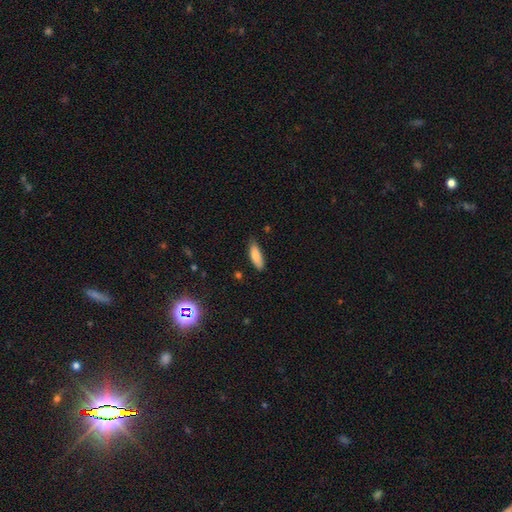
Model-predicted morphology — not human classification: Smooth or featured?
  - smooth: 84% *
  - featured or disk: 9%
  - star or artifact: 7%
How rounded?
  - in between: 55% *
  - cigar-shaped: 43%
  - round: 2%
Merging?
  - none: 77% *
  - minor disturbance: 19%
  - major disturbance: 3%
  - merger: 2%